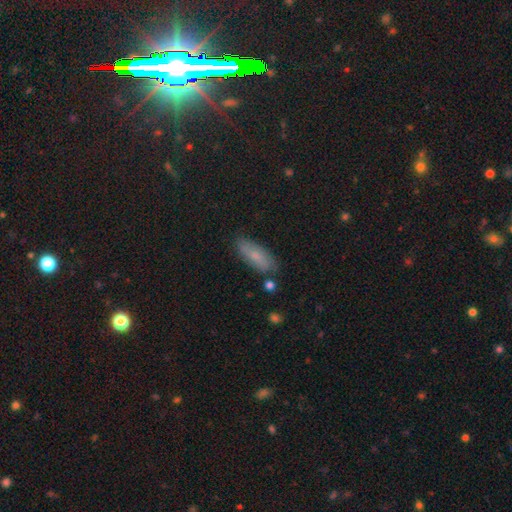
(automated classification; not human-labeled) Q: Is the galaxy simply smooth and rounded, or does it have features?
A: smooth — 72%.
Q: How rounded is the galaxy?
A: in between — 69%.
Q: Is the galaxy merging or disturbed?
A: none — 81%.